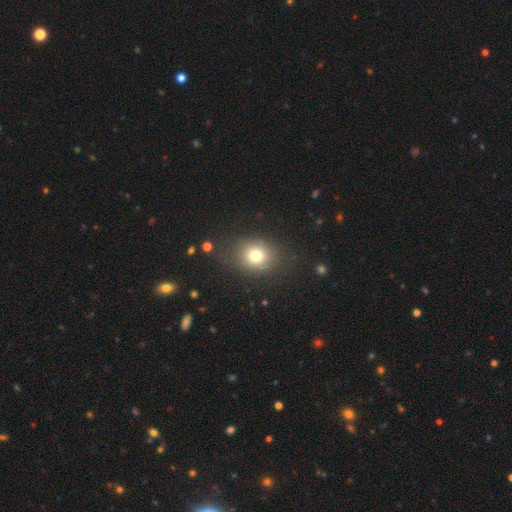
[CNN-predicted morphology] This is likely a smooth galaxy (76%). How rounded: likely round (67%). Merging: clearly none (80%).